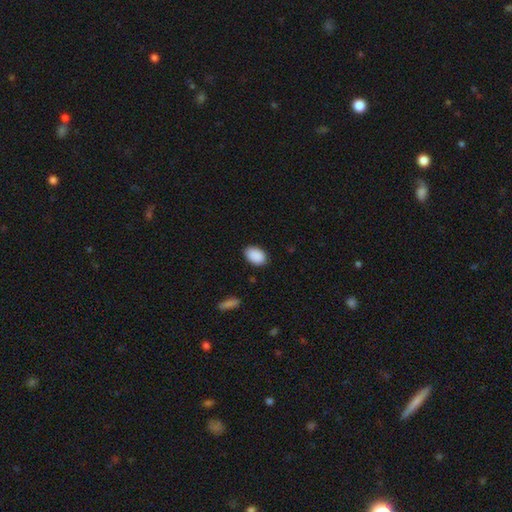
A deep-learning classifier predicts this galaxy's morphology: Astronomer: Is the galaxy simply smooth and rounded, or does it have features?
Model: smooth — 91%.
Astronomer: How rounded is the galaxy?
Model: in between — 88%.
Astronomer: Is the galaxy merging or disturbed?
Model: none — 87%.